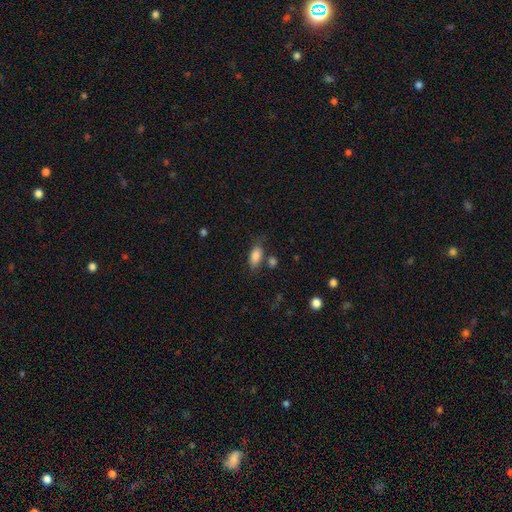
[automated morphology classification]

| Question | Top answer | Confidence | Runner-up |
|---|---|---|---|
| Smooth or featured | smooth | 83% | featured or disk (9%) |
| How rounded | in between | 88% | cigar-shaped (7%) |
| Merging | none | 62% | minor disturbance (21%) |